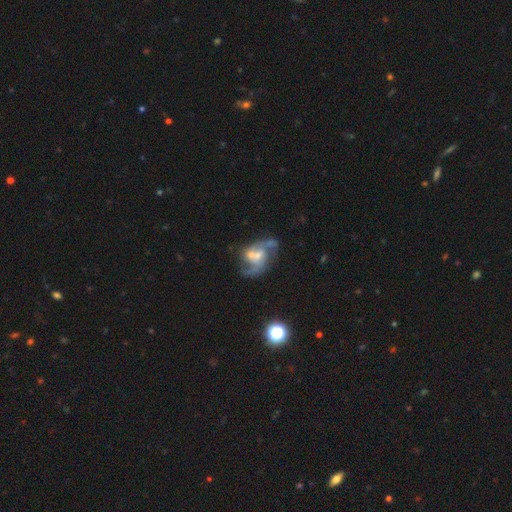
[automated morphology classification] Smooth or featured: featured or disk — 83% (smooth — 10%)
Edge-on disk: no — 98% (yes — 2%)
Bar: no — 49% (weak — 41%)
Spiral arms: yes — 92% (no — 8%)
Spiral winding: medium — 45% (loose — 44%)
Spiral arm count: 2 — 85% (can't tell — 5%)
Bulge size: small — 42% (moderate — 35%)
Merging: none — 47% (merger — 19%)